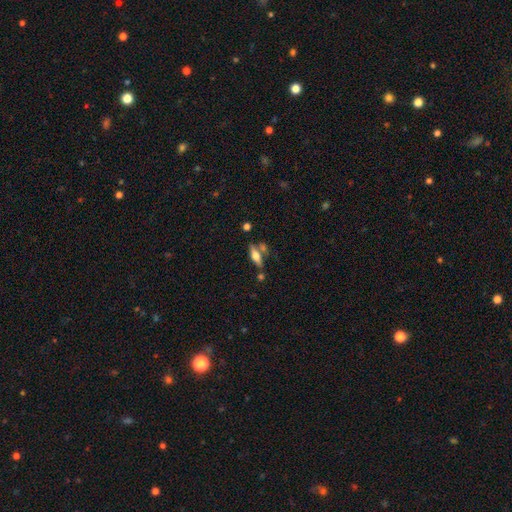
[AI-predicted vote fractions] Morphology: type=smooth (47%); merging=none (66%).